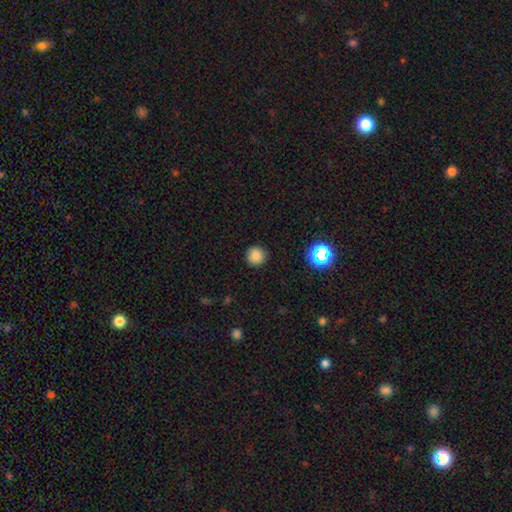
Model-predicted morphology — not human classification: This appears to be a smooth galaxy with no disk features (83%) that is round (95%). Merging: none (90%).